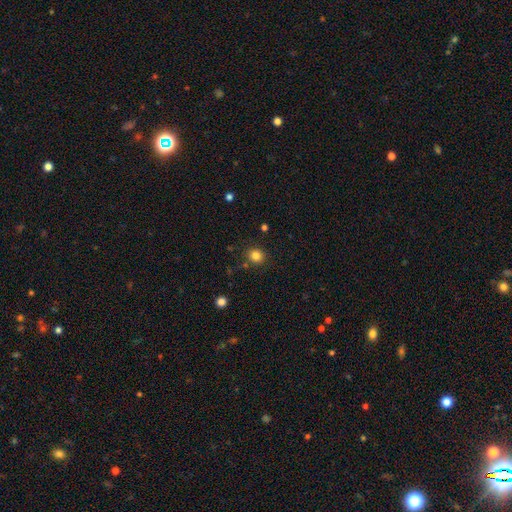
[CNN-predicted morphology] smooth_or_featured: smooth (p=0.82) [alt: star or artifact p=0.13]
how_rounded: round (p=0.87) [alt: in between p=0.12]
merging: none (p=0.85) [alt: minor disturbance p=0.09]